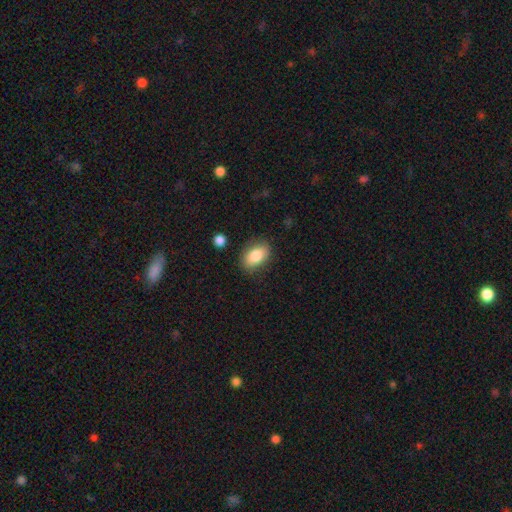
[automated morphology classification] Smooth or featured?
  - smooth: 84% *
  - featured or disk: 9%
  - star or artifact: 7%
How rounded?
  - in between: 86% *
  - round: 13%
  - cigar-shaped: 2%
Merging?
  - none: 82% *
  - minor disturbance: 13%
  - major disturbance: 3%
  - merger: 2%